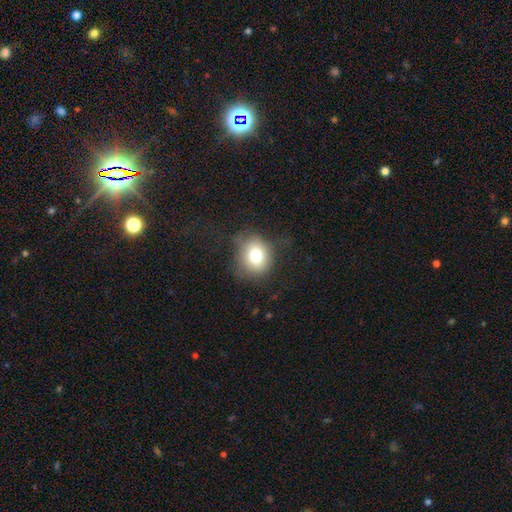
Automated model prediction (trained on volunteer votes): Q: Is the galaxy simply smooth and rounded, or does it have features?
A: smooth — 74%.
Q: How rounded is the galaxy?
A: round — 72%.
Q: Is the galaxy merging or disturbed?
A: none — 68%.